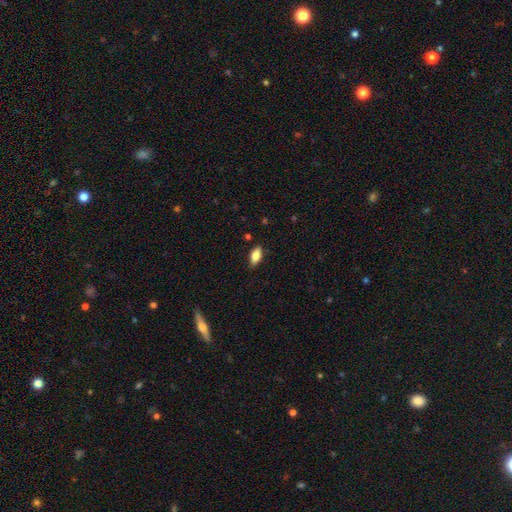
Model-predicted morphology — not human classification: A smooth galaxy with no disk features (80%) that is in between round and cigar-shaped (86%). Merging: none (85%).